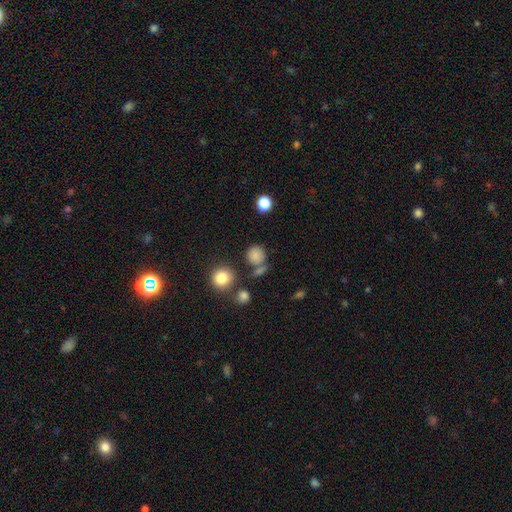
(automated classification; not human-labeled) smooth_or_featured: smooth (p=0.81) [alt: star or artifact p=0.12]
how_rounded: round (p=0.88) [alt: in between p=0.11]
merging: none (p=0.68) [alt: merger p=0.14]